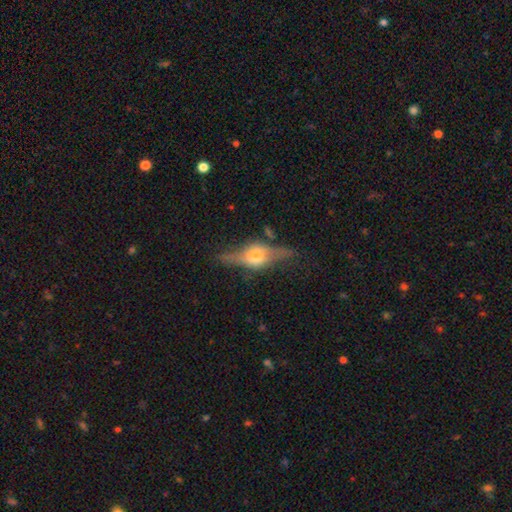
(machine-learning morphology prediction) The model was most divided on "merging": none: 71%, minor disturbance: 19%, major disturbance: 8%, merger: 3%. More confident: edge-on bulge — rounded (93%); edge-on disk — yes (90%); smooth or featured — featured or disk (73%).